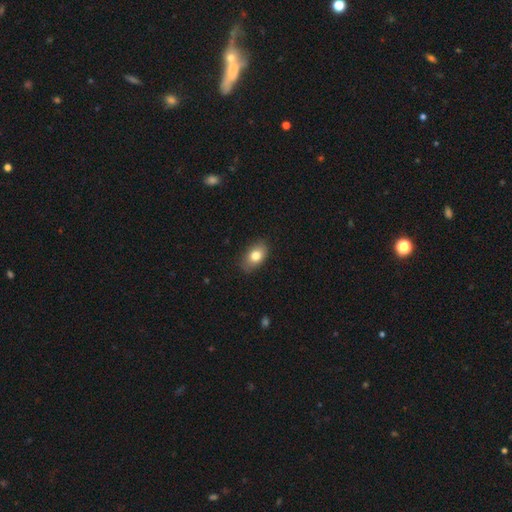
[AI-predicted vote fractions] The model was most divided on "smooth or featured": smooth: 79%, featured or disk: 13%, star or artifact: 8%. More confident: how rounded — in between (86%); merging — none (84%).